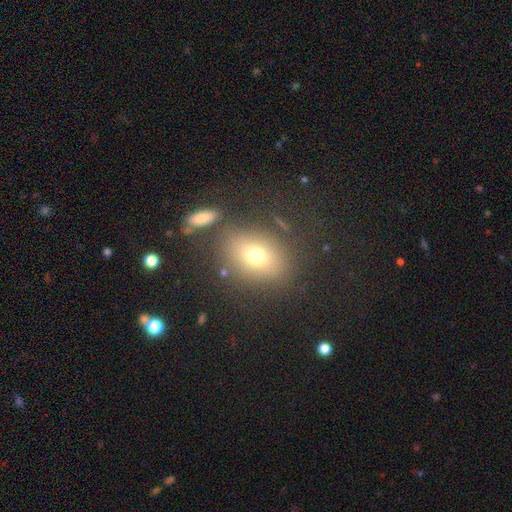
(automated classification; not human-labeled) Q: Smooth or featured?
A: smooth (69%); runner-up: star or artifact (16%)
Q: How rounded?
A: in between (57%); runner-up: round (41%)
Q: Merging?
A: none (77%); runner-up: minor disturbance (11%)